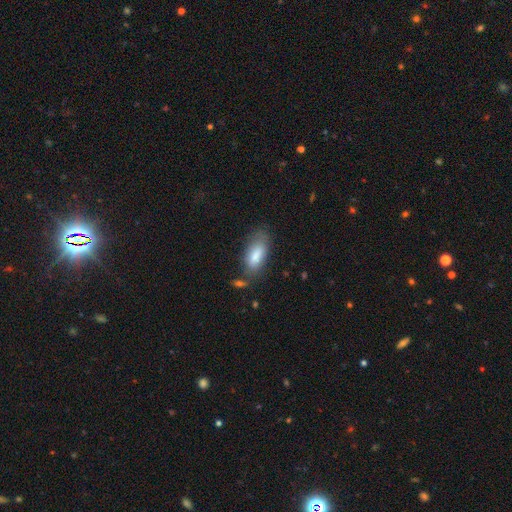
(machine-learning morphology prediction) Q: Smooth or featured?
A: smooth (82%); runner-up: featured or disk (11%)
Q: How rounded?
A: in between (84%); runner-up: cigar-shaped (13%)
Q: Merging?
A: none (60%); runner-up: minor disturbance (24%)